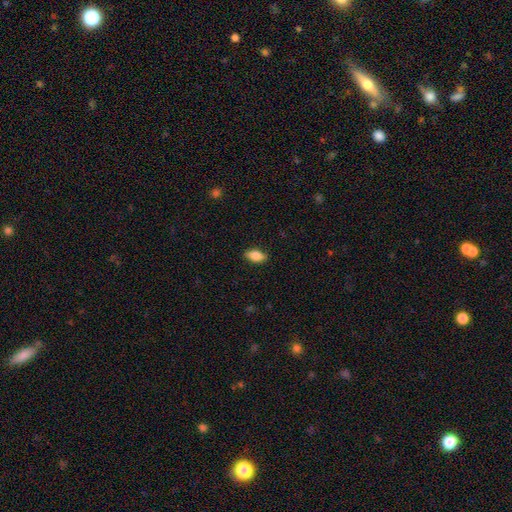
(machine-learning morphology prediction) smooth-or-featured: smooth: 85% | featured or disk: 8% | star or artifact: 7%
  how-rounded: in between: 90% | cigar-shaped: 6% | round: 3%
  merging: none: 88% | minor disturbance: 9% | major disturbance: 2% | merger: 1%